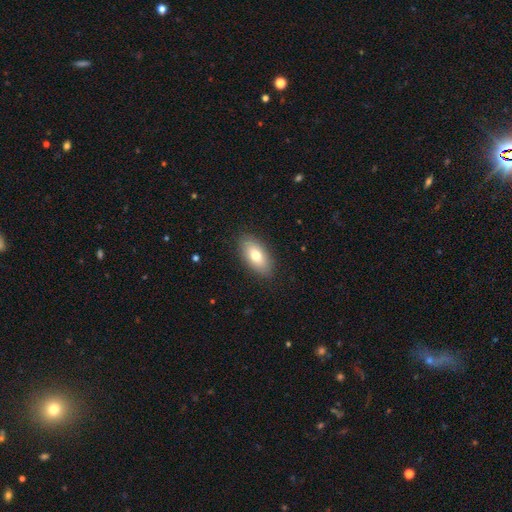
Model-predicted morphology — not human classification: Smooth or featured: smooth — 73% (featured or disk — 20%)
How rounded: in between — 89% (cigar-shaped — 8%)
Merging: none — 87% (minor disturbance — 9%)